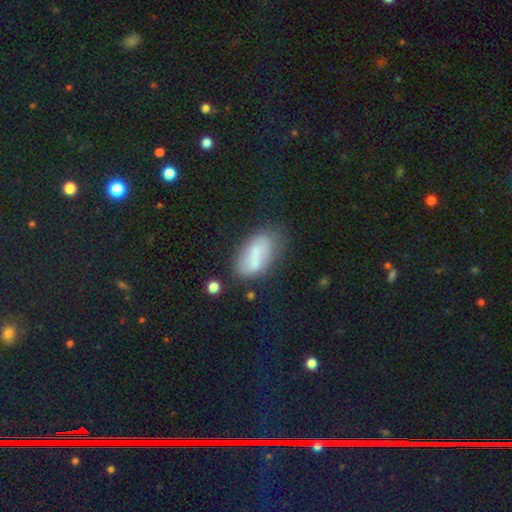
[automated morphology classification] Smooth or featured? smooth (66%)
How rounded? in between (89%)
Merging? none (53%)